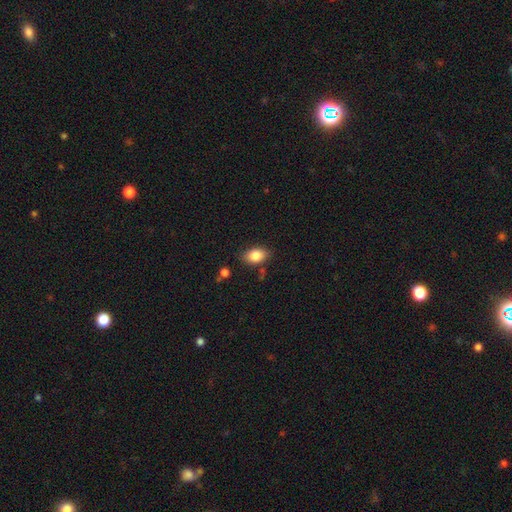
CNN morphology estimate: smooth 84%, star or artifact 8%, featured or disk 8%. Down the decision tree: how rounded — in between (83%); merging — none (79%).